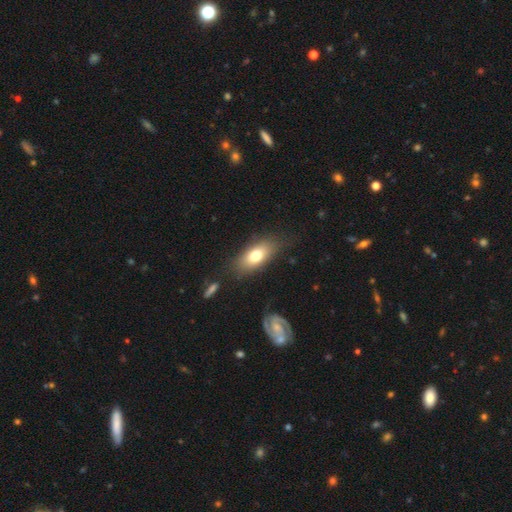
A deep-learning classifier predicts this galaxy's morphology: smooth_or_featured: smooth (p=0.71) [alt: featured or disk p=0.21]
how_rounded: in between (p=0.83) [alt: cigar-shaped p=0.11]
merging: none (p=0.75) [alt: minor disturbance p=0.17]